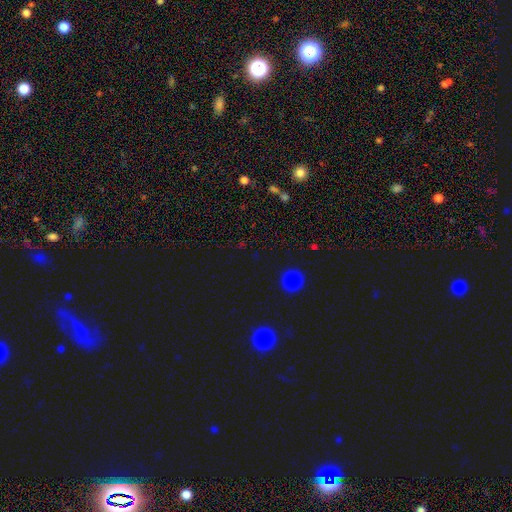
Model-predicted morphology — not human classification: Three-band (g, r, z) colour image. It shows a smooth galaxy with no disk features (47%, tied with star or artifact). Merging: none (87%).